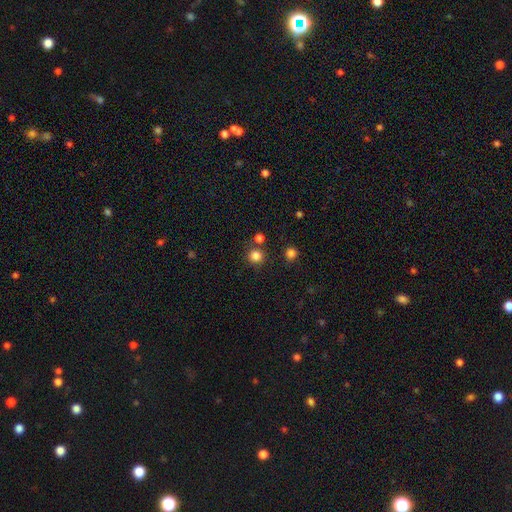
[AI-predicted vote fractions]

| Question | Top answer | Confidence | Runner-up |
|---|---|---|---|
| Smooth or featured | smooth | 82% | star or artifact (13%) |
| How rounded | round | 92% | in between (7%) |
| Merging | none | 79% | merger (10%) |